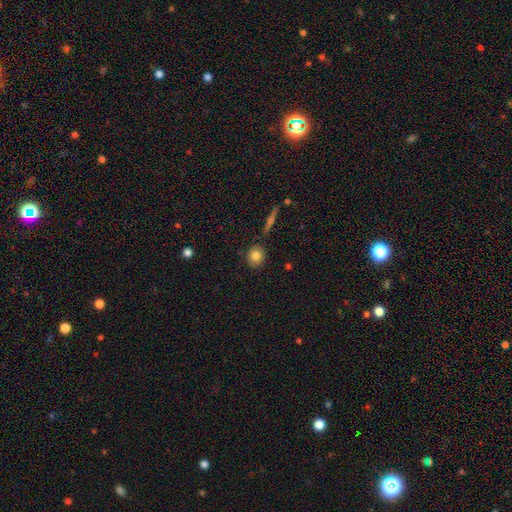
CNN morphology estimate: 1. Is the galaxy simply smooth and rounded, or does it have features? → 81% smooth, 10% featured or disk, 9% star or artifact.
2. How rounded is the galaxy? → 66% round, 31% in between, 2% cigar-shaped.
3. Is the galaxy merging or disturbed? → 84% none, 10% minor disturbance, 3% merger, 2% major disturbance.